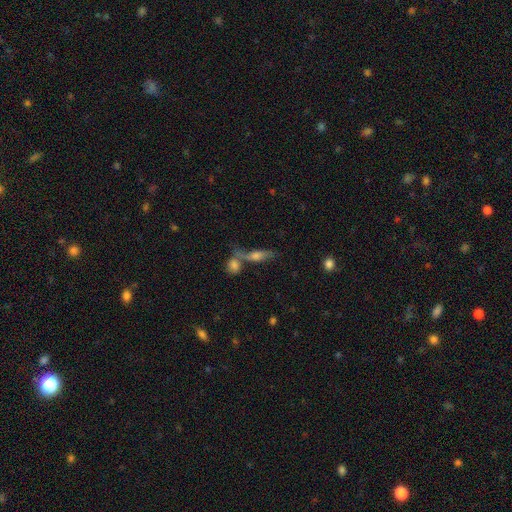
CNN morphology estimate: Overall: smooth (43%; featured or disk 33%). Merging: none (44%; merger 40%).